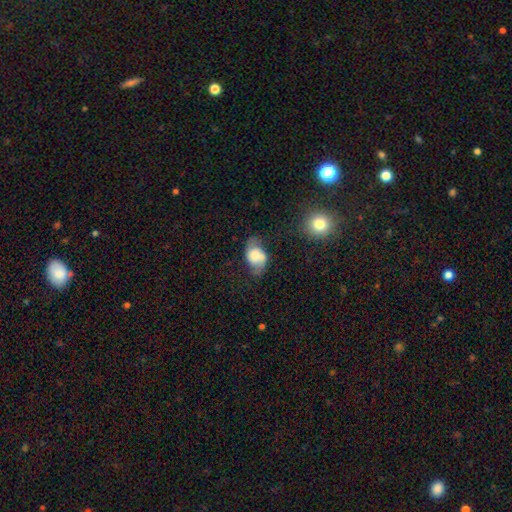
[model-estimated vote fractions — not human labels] This is possibly a smooth galaxy (51%). How rounded: clearly in between (81%). Merging: marginally none (41%).